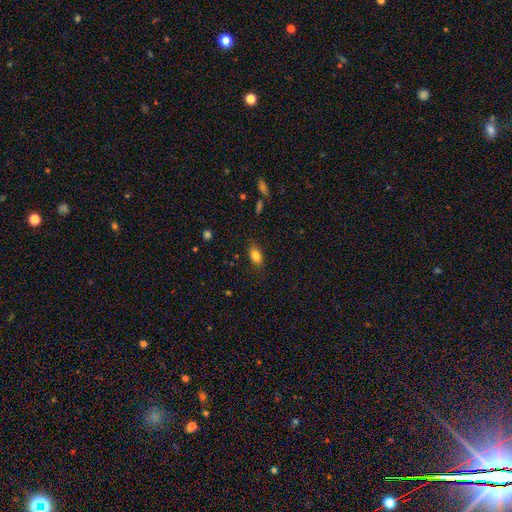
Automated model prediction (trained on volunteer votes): Smooth or featured? smooth (82%)
How rounded? in between (87%)
Merging? none (83%)